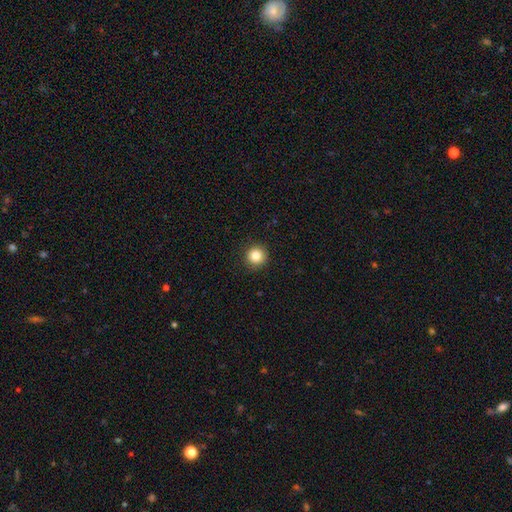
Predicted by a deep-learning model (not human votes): The model was most divided on "smooth or featured": smooth: 84%, star or artifact: 10%, featured or disk: 5%. More confident: how rounded — round (95%); merging — none (91%).